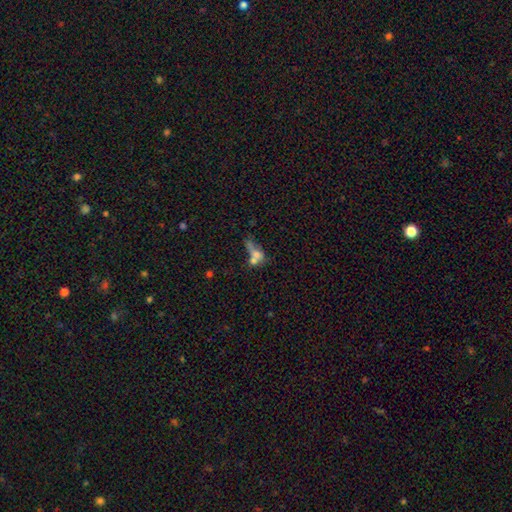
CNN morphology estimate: This appears to be a smooth galaxy with no disk features (57%) that is in between round and cigar-shaped (53%). Merging: merger (55%).